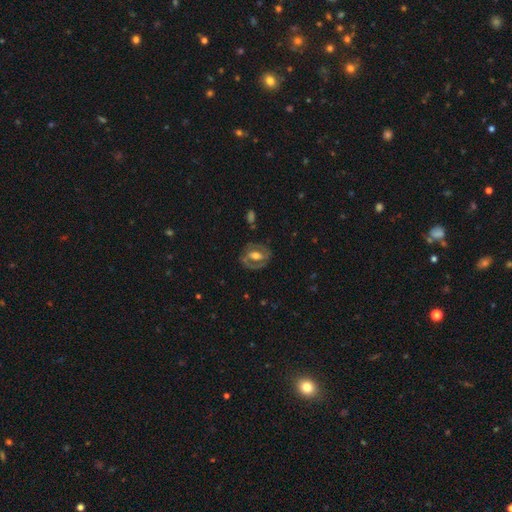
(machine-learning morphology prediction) This is likely a featured or disk galaxy (67%). It is clearly not viewed edge-on (93%). Bar: marginally no (37%). Spiral arm pattern: possibly no (54%). Central bulge: likely moderate (62%). Merging: likely none (71%).